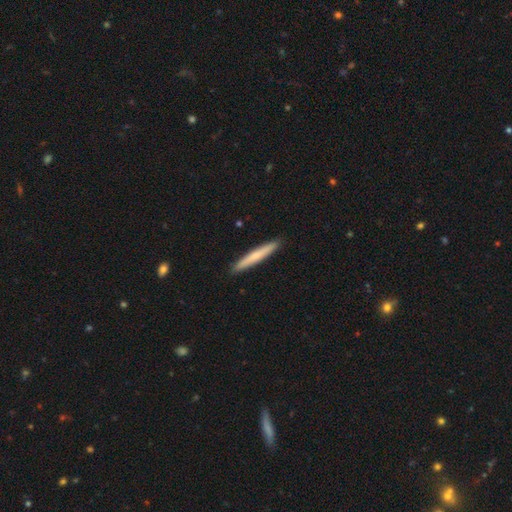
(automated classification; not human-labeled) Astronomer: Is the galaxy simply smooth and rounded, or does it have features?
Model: smooth — 64%.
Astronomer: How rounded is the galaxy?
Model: cigar-shaped — 96%.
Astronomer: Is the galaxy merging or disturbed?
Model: none — 92%.